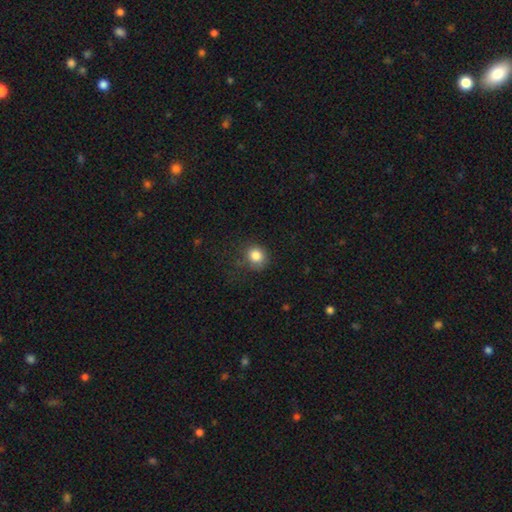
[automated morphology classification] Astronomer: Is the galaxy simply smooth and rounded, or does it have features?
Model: smooth — 84%.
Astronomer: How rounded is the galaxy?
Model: round — 79%.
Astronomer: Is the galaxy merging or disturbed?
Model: none — 72%.